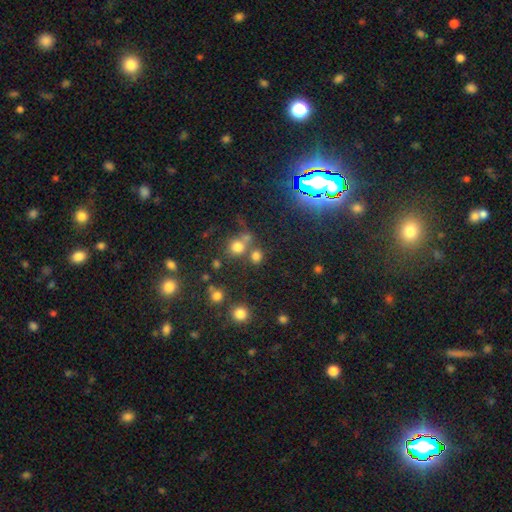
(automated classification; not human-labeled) This appears to be a smooth galaxy with no disk features (67%) that is round (82%). Merging: none (62%).